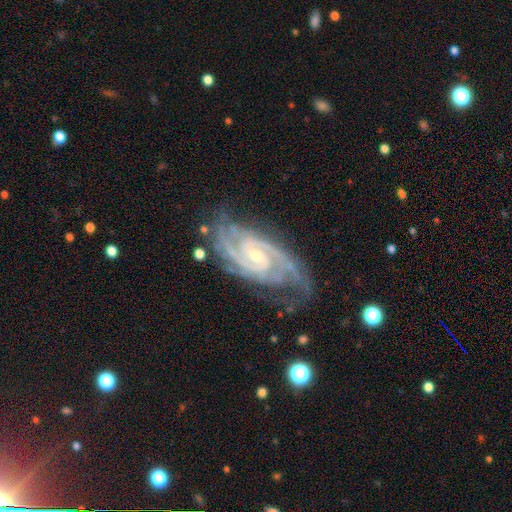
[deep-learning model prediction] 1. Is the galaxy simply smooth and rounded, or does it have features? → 93% featured or disk, 5% star or artifact, 2% smooth.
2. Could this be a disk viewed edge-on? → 97% no, 3% yes.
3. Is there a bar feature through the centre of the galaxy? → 43% no, 42% weak, 15% strong.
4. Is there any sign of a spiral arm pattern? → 99% yes, 1% no.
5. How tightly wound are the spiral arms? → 62% tight, 34% medium, 4% loose.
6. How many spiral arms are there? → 45% 2, 26% 3, 10% 4, 9% can't tell, 5% more than 4, 5% 1.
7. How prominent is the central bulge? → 65% small, 31% moderate, 1% none, 1% large, 1% dominant.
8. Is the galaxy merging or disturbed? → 70% none, 21% minor disturbance, 7% major disturbance, 2% merger.